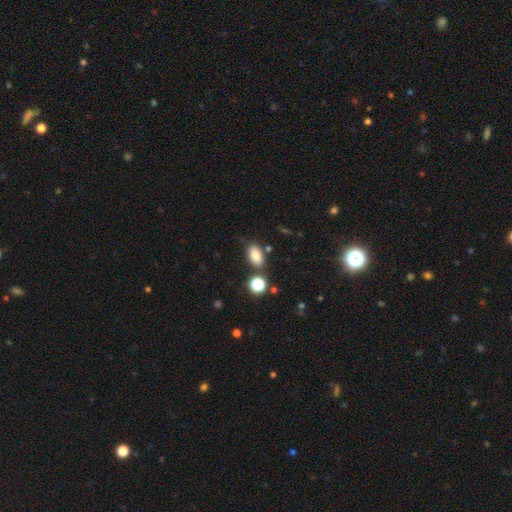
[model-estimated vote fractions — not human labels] A smooth galaxy with no disk features (84%) that is in between round and cigar-shaped (88%).

Vote fractions:
- Smooth or featured? smooth: 84% / star or artifact: 10% / featured or disk: 6%
- How rounded? in between: 88% / round: 10% / cigar-shaped: 3%
- Merging? none: 77% / minor disturbance: 11% / merger: 8% / major disturbance: 3%